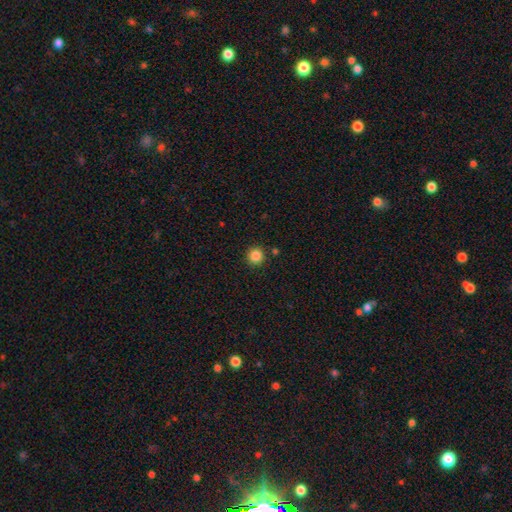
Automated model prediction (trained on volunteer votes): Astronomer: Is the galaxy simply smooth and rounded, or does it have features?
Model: smooth — 86%.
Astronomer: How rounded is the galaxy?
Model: round — 95%.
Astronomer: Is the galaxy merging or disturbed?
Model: none — 90%.